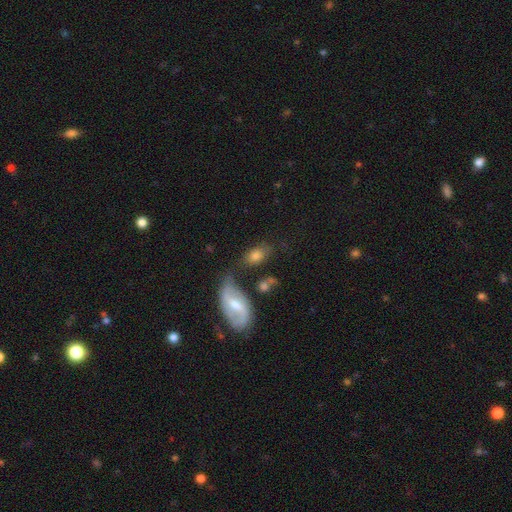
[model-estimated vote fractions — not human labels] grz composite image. It shows a smooth galaxy with no disk features (61%) that is in between round and cigar-shaped (86%). Merging: none (53%).